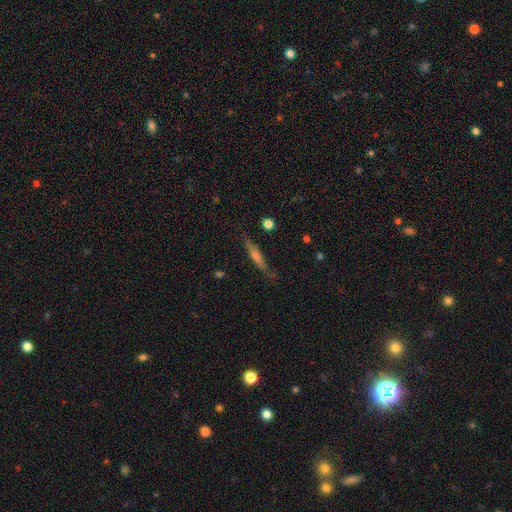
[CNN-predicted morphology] Smooth or featured?
  - featured or disk: 60% *
  - smooth: 32%
  - star or artifact: 8%
Edge-on disk?
  - yes: 94% *
  - no: 6%
Edge-on bulge?
  - rounded: 65% *
  - none: 26%
  - boxy: 10%
Merging?
  - none: 80% *
  - minor disturbance: 14%
  - major disturbance: 3%
  - merger: 2%